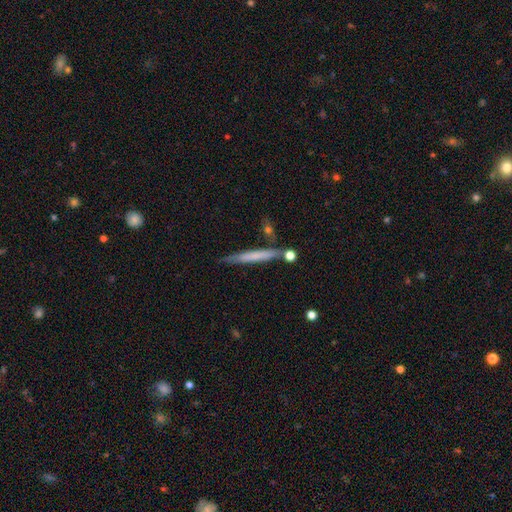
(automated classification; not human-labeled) A smooth galaxy with no disk features (57%) that is cigar-shaped (95%). Merging: none (77%).